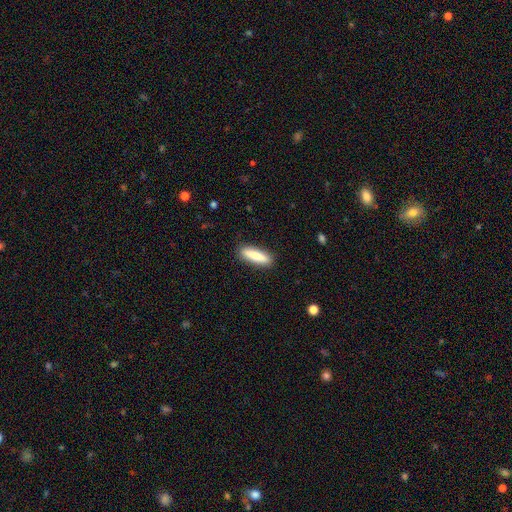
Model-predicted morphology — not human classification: Overall: smooth (84%). How rounded: cigar-shaped (69%). Merging: none (89%).